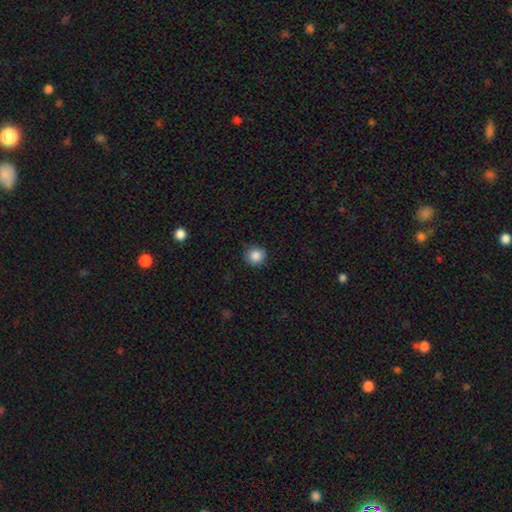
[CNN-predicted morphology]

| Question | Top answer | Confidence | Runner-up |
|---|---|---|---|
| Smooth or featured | smooth | 86% | star or artifact (10%) |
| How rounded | round | 91% | in between (8%) |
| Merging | none | 84% | minor disturbance (12%) |